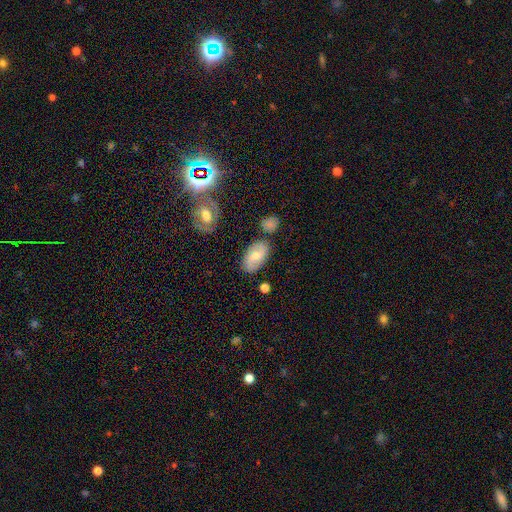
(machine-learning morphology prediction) A smooth galaxy with no disk features (57%) that is in between round and cigar-shaped (93%). Merging: none (78%).